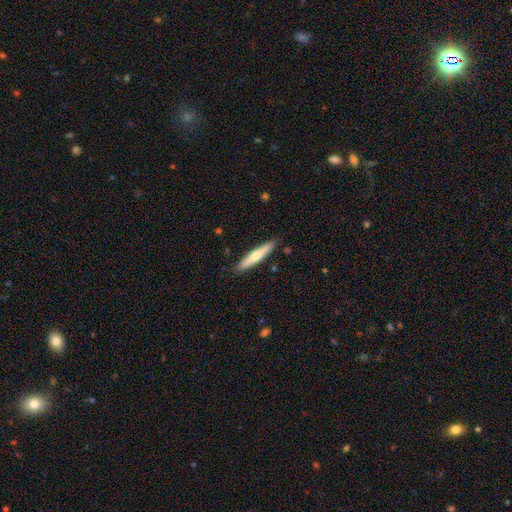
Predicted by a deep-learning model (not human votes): Smooth or featured? Predicted: smooth (p=0.50). How rounded? Predicted: cigar-shaped (p=0.90). Merging? Predicted: none (p=0.89).